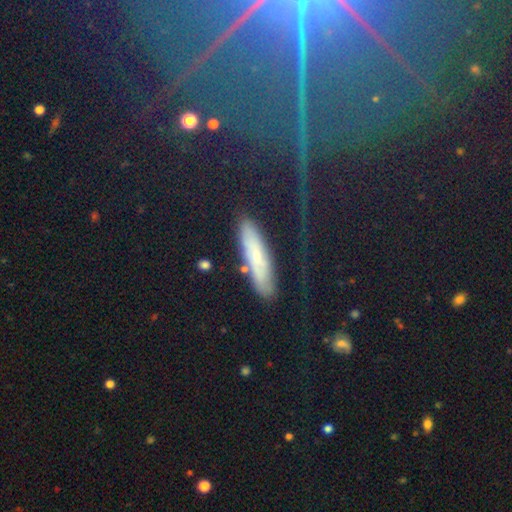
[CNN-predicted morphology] type=smooth (51%); roundness=cigar-shaped (70%); merging=none (76%).